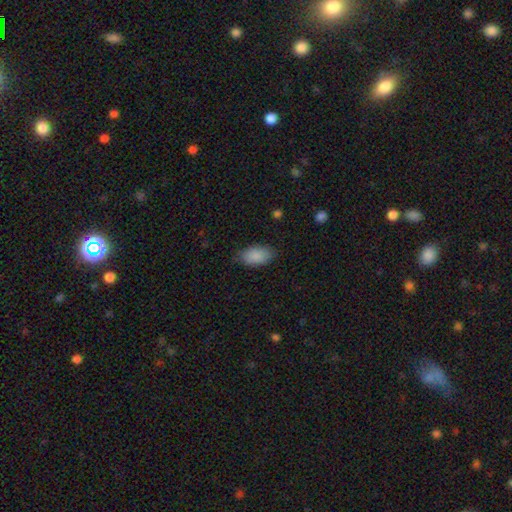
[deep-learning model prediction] smooth-or-featured: smooth: 89% | star or artifact: 7% | featured or disk: 5%
  how-rounded: in between: 94% | round: 4% | cigar-shaped: 2%
  merging: none: 81% | minor disturbance: 15% | major disturbance: 3% | merger: 1%